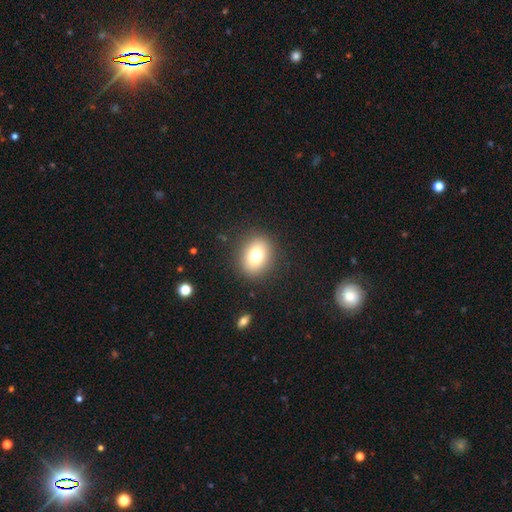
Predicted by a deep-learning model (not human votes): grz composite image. It shows a smooth galaxy with no disk features (74%) that is round (53%). Merging: none (88%).